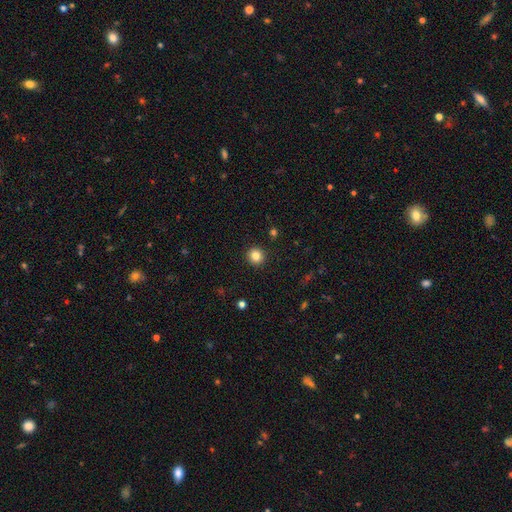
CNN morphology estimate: smooth 84%, star or artifact 11%, featured or disk 5%. Down the decision tree: how rounded — round (93%); merging — none (92%).